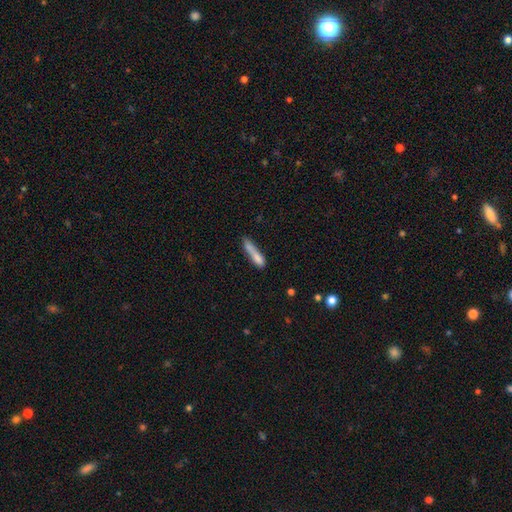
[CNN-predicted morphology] Overall: smooth (75%). How rounded: cigar-shaped (84%). Merging: none (46%; minor disturbance 23%).